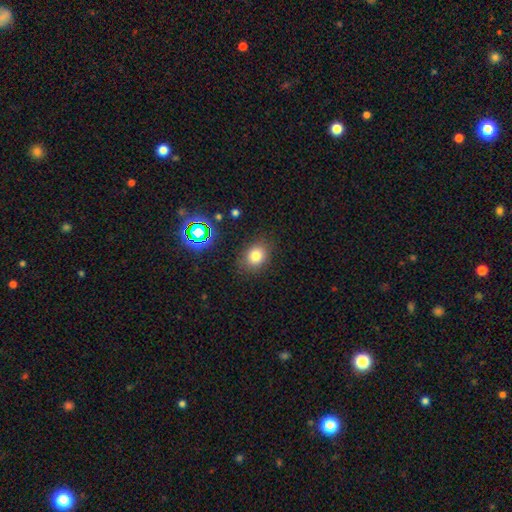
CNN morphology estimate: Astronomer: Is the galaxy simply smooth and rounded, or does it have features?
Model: smooth — 77%.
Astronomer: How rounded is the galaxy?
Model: round — 50% (runner-up: in between, 49%).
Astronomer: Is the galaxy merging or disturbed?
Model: none — 83%.